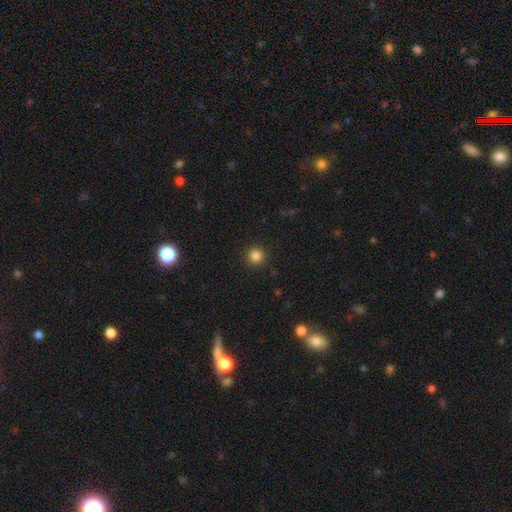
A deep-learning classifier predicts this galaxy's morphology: A smooth galaxy with no disk features (84%) that is round (95%).

Vote fractions:
- Smooth or featured? smooth: 84% / star or artifact: 12% / featured or disk: 4%
- How rounded? round: 95% / in between: 4% / cigar-shaped: 1%
- Merging? none: 91% / minor disturbance: 5% / major disturbance: 2% / merger: 1%